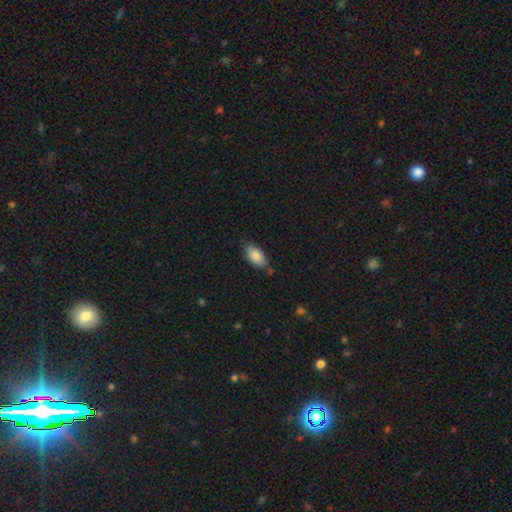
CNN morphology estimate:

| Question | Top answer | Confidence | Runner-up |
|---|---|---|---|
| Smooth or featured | smooth | 86% | featured or disk (7%) |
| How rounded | in between | 91% | cigar-shaped (6%) |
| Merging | none | 72% | minor disturbance (21%) |